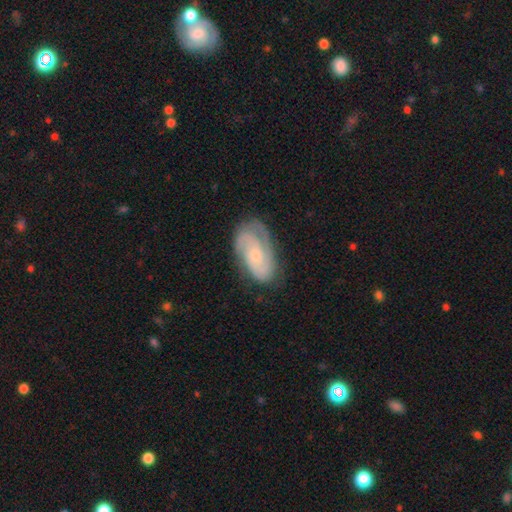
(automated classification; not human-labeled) The model was most divided on "spiral winding": tight: 56%, medium: 35%, loose: 9%. More confident: edge-on disk — no (96%); spiral arms — yes (95%); smooth or featured — featured or disk (79%); merging — none (72%); bar — no (68%); bulge size — small (67%); spiral arm count — 2 (53%).